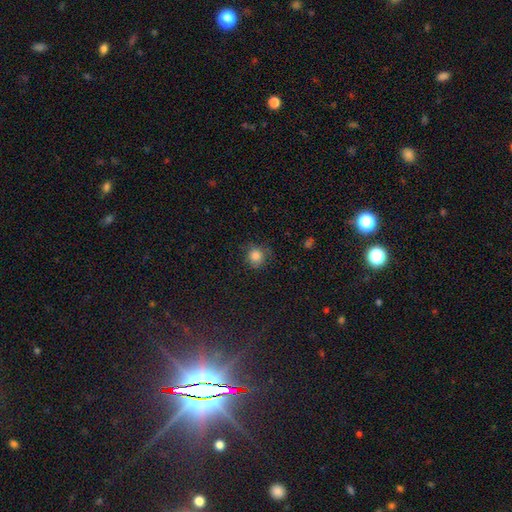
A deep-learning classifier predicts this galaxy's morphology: Smooth or featured?
  - smooth: 83% *
  - star or artifact: 12%
  - featured or disk: 5%
How rounded?
  - round: 88% *
  - in between: 11%
  - cigar-shaped: 1%
Merging?
  - none: 74% *
  - minor disturbance: 18%
  - major disturbance: 6%
  - merger: 1%